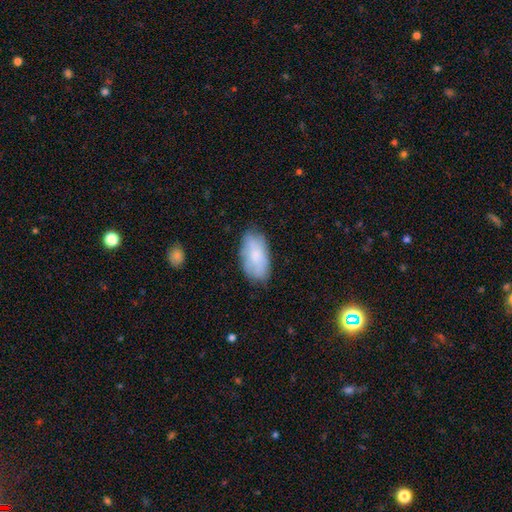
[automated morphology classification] Q: Smooth or featured?
A: smooth (73%); runner-up: featured or disk (20%)
Q: How rounded?
A: in between (94%); runner-up: round (3%)
Q: Merging?
A: none (73%); runner-up: minor disturbance (20%)